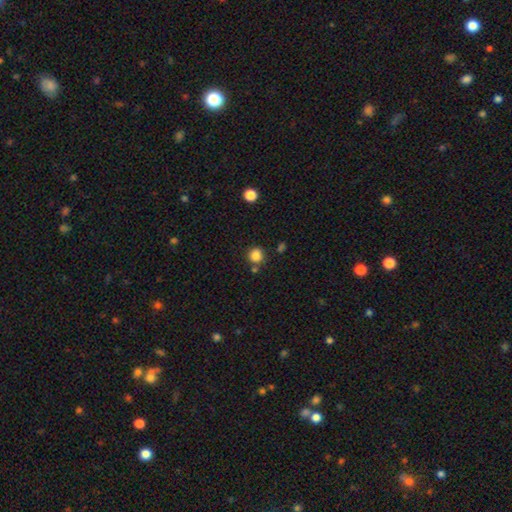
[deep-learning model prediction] smooth 84%, star or artifact 12%, featured or disk 4%. Down the decision tree: how rounded — round (88%); merging — none (77%).